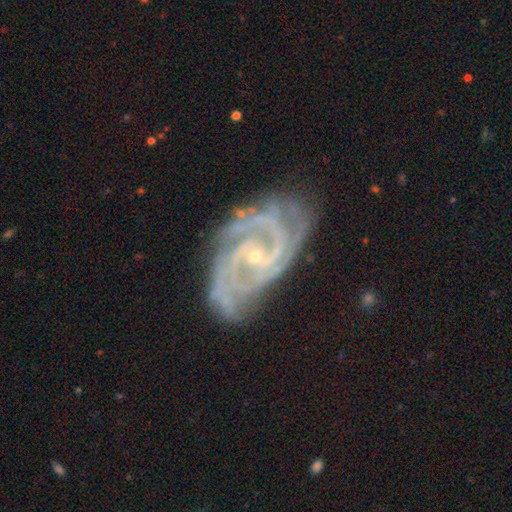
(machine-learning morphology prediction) Q: Smooth or featured?
A: featured or disk (91%); runner-up: star or artifact (6%)
Q: Edge-on disk?
A: no (97%); runner-up: yes (3%)
Q: Bar?
A: no (54%); runner-up: weak (34%)
Q: Spiral arms?
A: yes (98%); runner-up: no (2%)
Q: Spiral winding?
A: tight (57%); runner-up: medium (37%)
Q: Spiral arm count?
A: 2 (36%); runner-up: 3 (27%)
Q: Bulge size?
A: small (83%); runner-up: moderate (13%)
Q: Merging?
A: none (68%); runner-up: minor disturbance (21%)